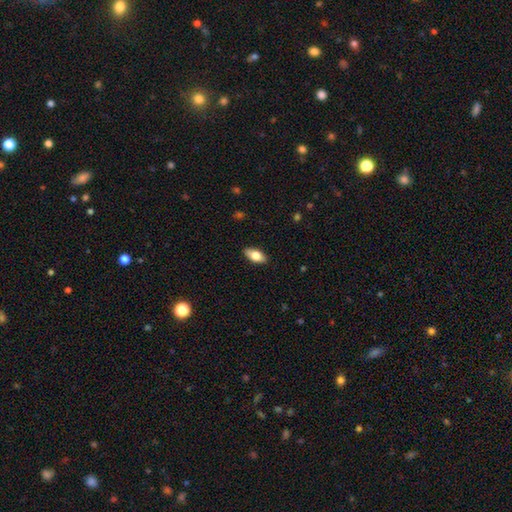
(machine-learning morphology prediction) Smooth or featured? smooth (75%)
How rounded? in between (89%)
Merging? none (88%)